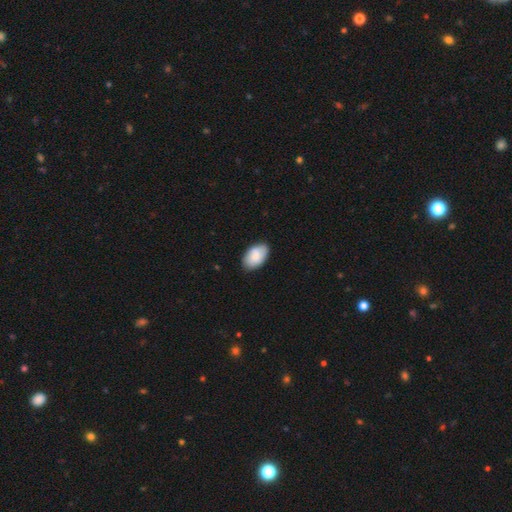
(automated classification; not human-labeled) Overall: smooth (82%). How rounded: in between (93%). Merging: none (83%).